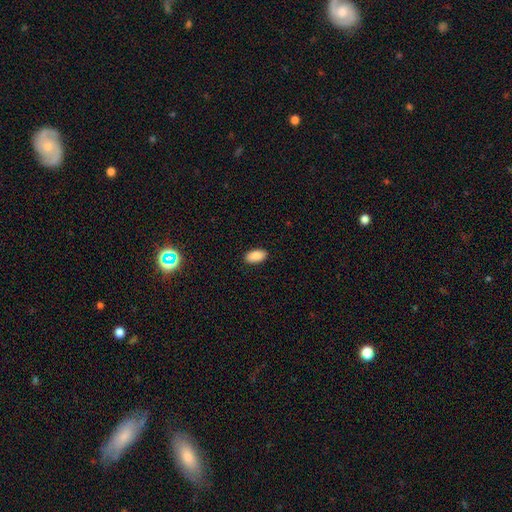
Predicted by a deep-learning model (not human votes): Smooth or featured?
  - smooth: 89% *
  - star or artifact: 7%
  - featured or disk: 3%
How rounded?
  - in between: 95% *
  - round: 3%
  - cigar-shaped: 3%
Merging?
  - none: 89% *
  - minor disturbance: 8%
  - major disturbance: 2%
  - merger: 1%